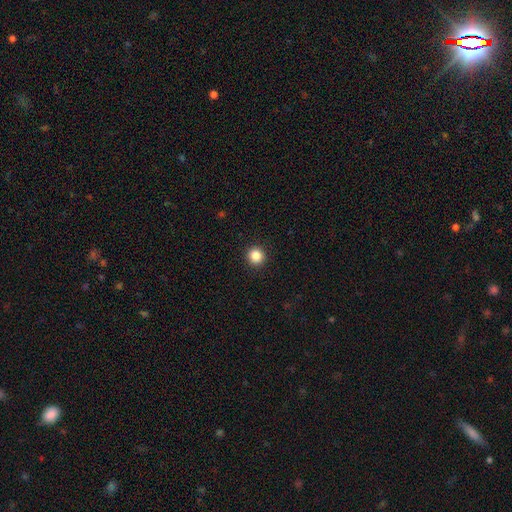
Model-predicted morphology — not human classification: A smooth galaxy with no disk features (86%) that is round (94%).

Vote fractions:
- Smooth or featured? smooth: 86% / star or artifact: 11% / featured or disk: 4%
- How rounded? round: 94% / in between: 5% / cigar-shaped: 1%
- Merging? none: 93% / minor disturbance: 5% / major disturbance: 2% / merger: 1%